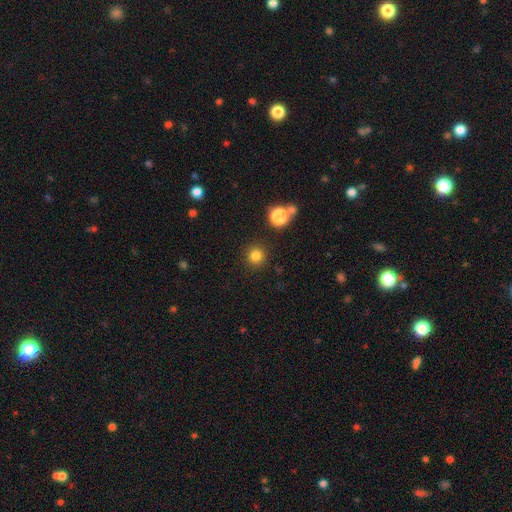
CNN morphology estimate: Smooth or featured? smooth (82%)
How rounded? round (94%)
Merging? none (90%)